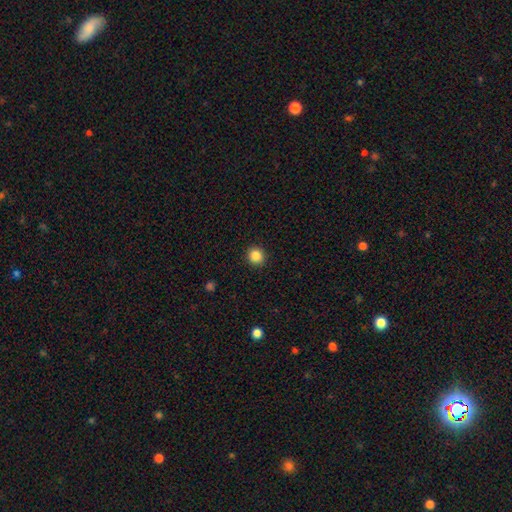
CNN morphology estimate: type=smooth (86%); roundness=round (91%); merging=none (92%).